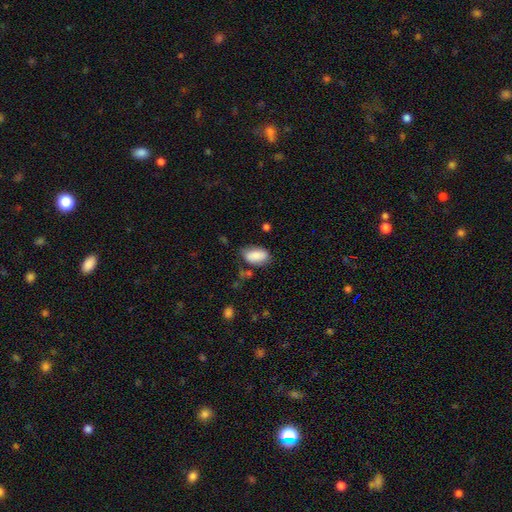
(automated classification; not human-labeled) This is clearly a smooth galaxy (86%). How rounded: clearly in between (93%). Merging: likely none (65%).